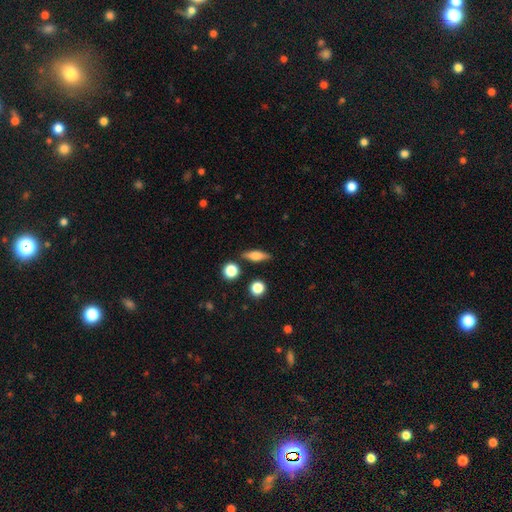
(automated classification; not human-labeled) smooth-or-featured: smooth: 60% | featured or disk: 32% | star or artifact: 9%
  how-rounded: in between: 51% | cigar-shaped: 41% | round: 9%
  merging: none: 84% | minor disturbance: 10% | merger: 4% | major disturbance: 3%